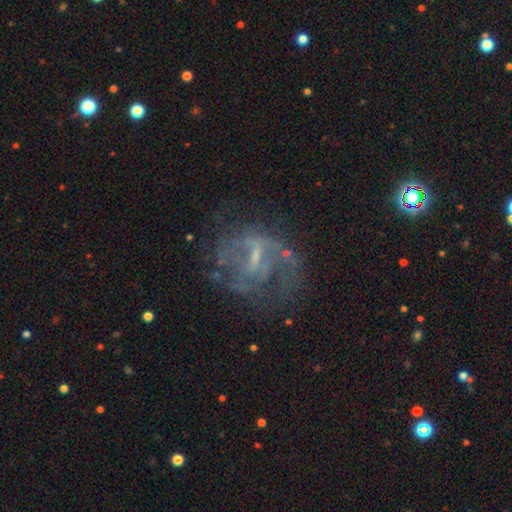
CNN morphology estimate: Smooth or featured?
  - featured or disk: 72% *
  - star or artifact: 14%
  - smooth: 13%
Edge-on disk?
  - no: 97% *
  - yes: 3%
Bar?
  - weak: 51% *
  - no: 27%
  - strong: 21%
Spiral arms?
  - yes: 71% *
  - no: 29%
Bulge size?
  - small: 55% *
  - none: 26%
  - moderate: 17%
  - large: 1%
  - dominant: 1%
Merging?
  - none: 54% *
  - major disturbance: 25%
  - minor disturbance: 18%
  - merger: 3%